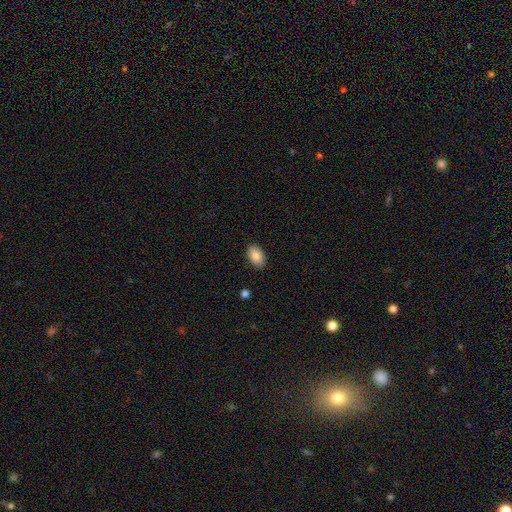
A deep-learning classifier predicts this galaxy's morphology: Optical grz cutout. It shows a smooth galaxy with no disk features (88%) that is in between round and cigar-shaped (93%). Merging: none (88%).